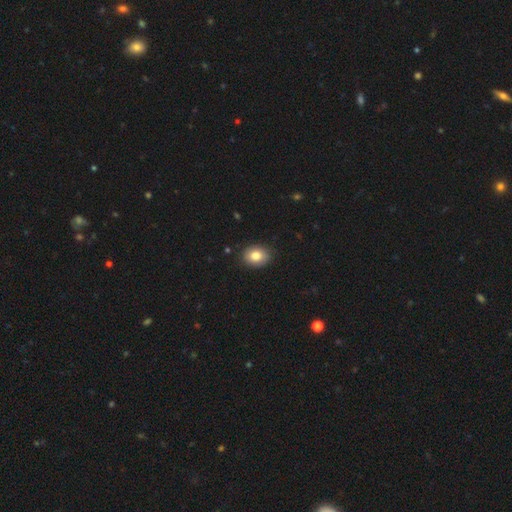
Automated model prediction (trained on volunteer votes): smooth_or_featured: smooth (p=0.83) [alt: featured or disk p=0.09]
how_rounded: in between (p=0.59) [alt: round p=0.40]
merging: none (p=0.88) [alt: minor disturbance p=0.09]